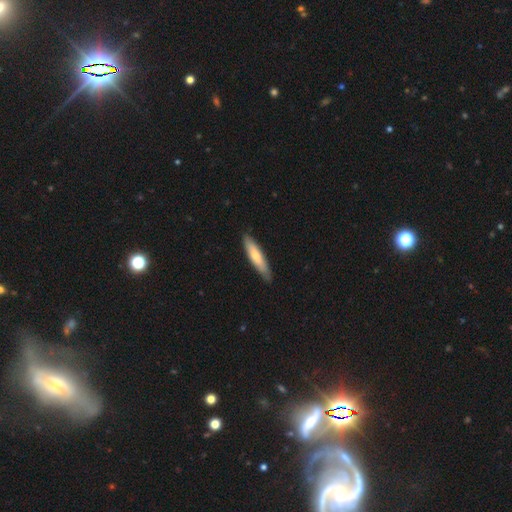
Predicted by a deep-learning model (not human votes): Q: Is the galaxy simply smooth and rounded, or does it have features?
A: smooth — 67%.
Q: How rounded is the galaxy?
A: cigar-shaped — 80%.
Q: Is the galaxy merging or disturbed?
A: none — 83%.